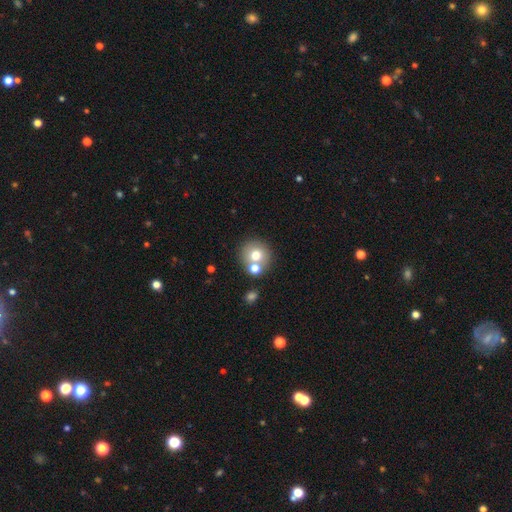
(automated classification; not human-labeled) Overall: smooth (71%). How rounded: round (90%). Merging: none (65%).